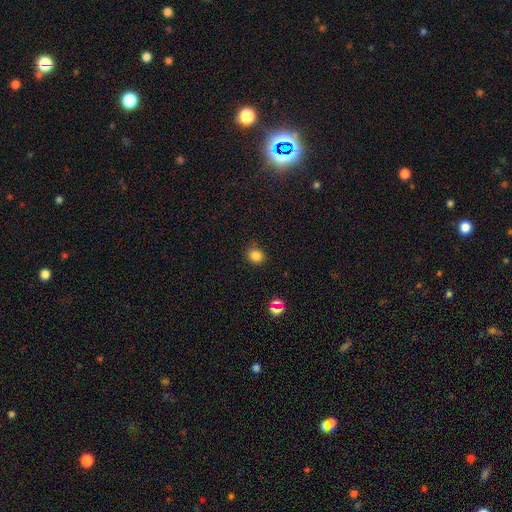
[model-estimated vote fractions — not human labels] smooth-or-featured: smooth: 83% | star or artifact: 13% | featured or disk: 4%
  how-rounded: round: 87% | in between: 12% | cigar-shaped: 1%
  merging: none: 84% | minor disturbance: 11% | major disturbance: 3% | merger: 2%